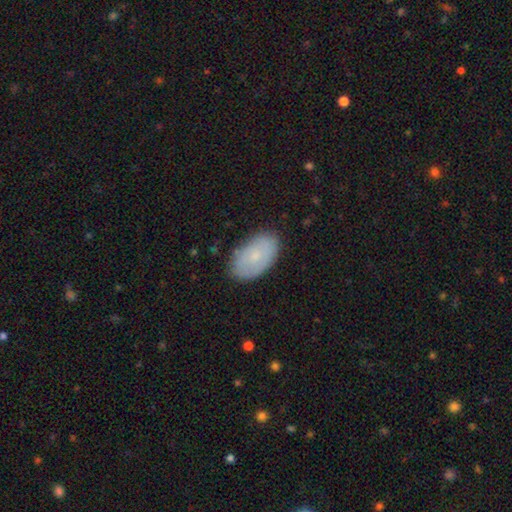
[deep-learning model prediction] Overall: smooth (70%). How rounded: in between (94%). Merging: none (83%).